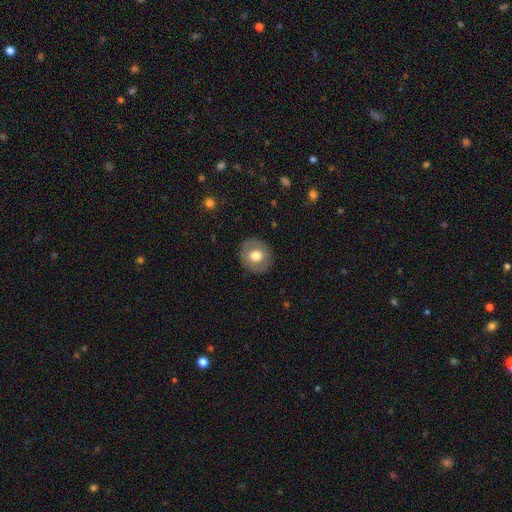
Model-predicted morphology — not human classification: A smooth galaxy with no disk features (66%) that is round (85%).

Vote fractions:
- Smooth or featured? smooth: 66% / featured or disk: 26% / star or artifact: 7%
- How rounded? round: 85% / in between: 14% / cigar-shaped: 1%
- Merging? none: 88% / minor disturbance: 8% / major disturbance: 3% / merger: 1%